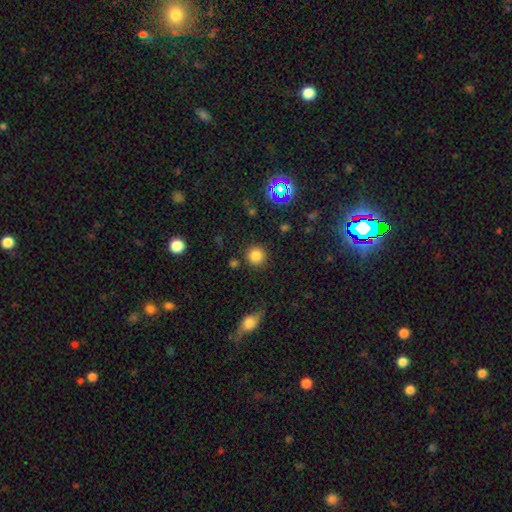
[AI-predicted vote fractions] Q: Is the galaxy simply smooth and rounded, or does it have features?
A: smooth — 82%.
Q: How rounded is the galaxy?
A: round — 93%.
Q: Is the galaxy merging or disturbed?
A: none — 87%.